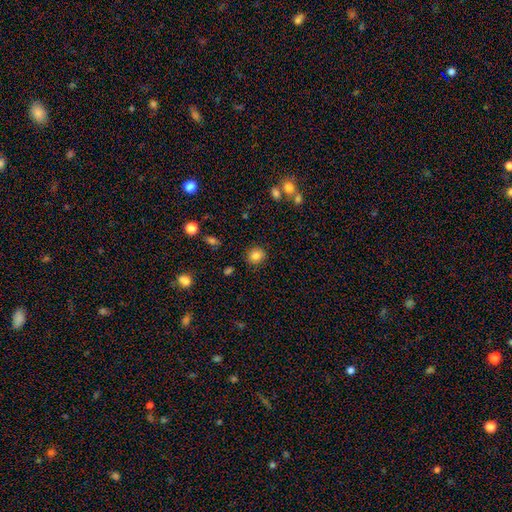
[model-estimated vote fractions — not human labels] Smooth or featured?
  - smooth: 83% *
  - star or artifact: 11%
  - featured or disk: 7%
How rounded?
  - round: 82% *
  - in between: 17%
  - cigar-shaped: 1%
Merging?
  - none: 88% *
  - minor disturbance: 8%
  - major disturbance: 2%
  - merger: 2%